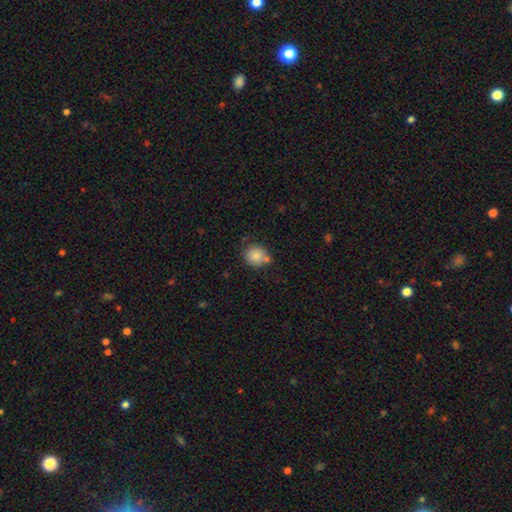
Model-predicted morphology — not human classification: type=smooth (82%); roundness=round (87%); merging=none (68%).